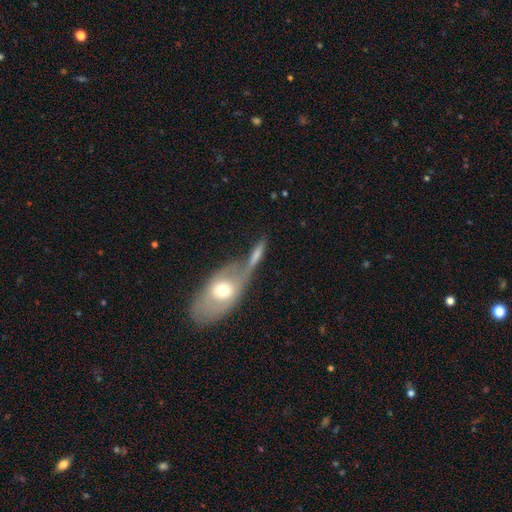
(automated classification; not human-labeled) Overall: smooth (60%; featured or disk 32%). How rounded: cigar-shaped (47%; in between 43%). Merging: merger (43%; none 38%).